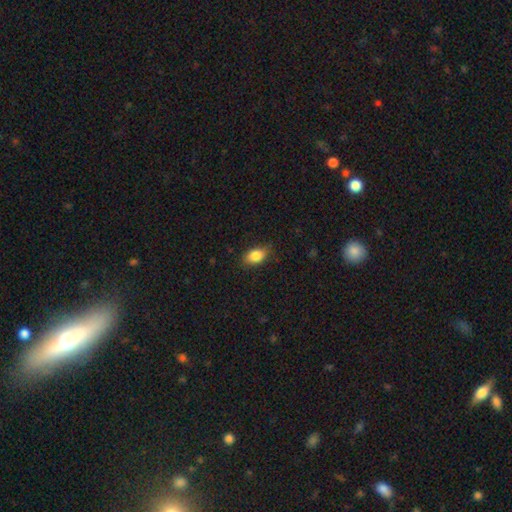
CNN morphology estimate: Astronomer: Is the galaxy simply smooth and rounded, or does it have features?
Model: smooth — 85%.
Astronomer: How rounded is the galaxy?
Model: in between — 84%.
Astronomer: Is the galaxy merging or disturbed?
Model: none — 78%.